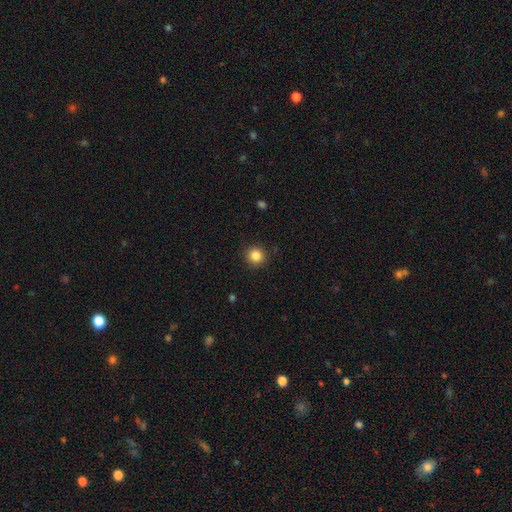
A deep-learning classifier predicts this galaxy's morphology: smooth_or_featured: smooth (p=0.85) [alt: star or artifact p=0.11]
how_rounded: round (p=0.94) [alt: in between p=0.05]
merging: none (p=0.91) [alt: minor disturbance p=0.06]